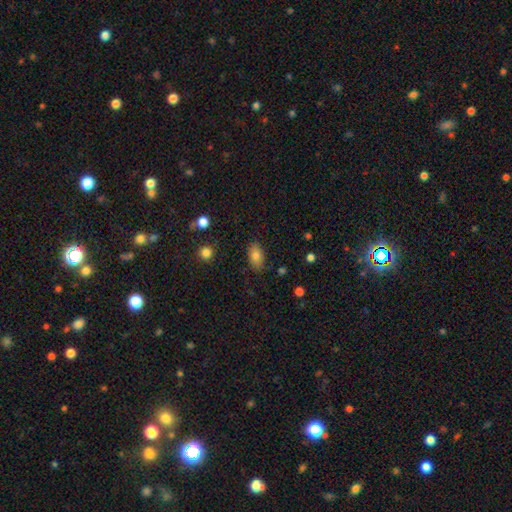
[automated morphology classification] Smooth or featured? Predicted: smooth (p=0.79). How rounded? Predicted: in between (p=0.90). Merging? Predicted: none (p=0.83).